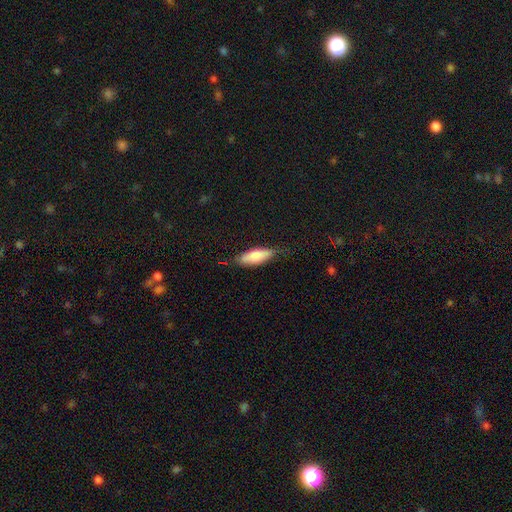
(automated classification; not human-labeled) This is likely a smooth galaxy (79%). How rounded: likely in between (66%). Merging: likely none (71%).